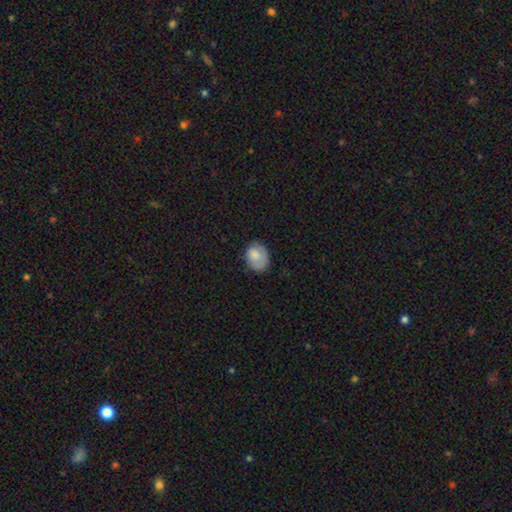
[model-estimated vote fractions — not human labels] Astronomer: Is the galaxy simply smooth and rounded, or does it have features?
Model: smooth — 79%.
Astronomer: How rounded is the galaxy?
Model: in between — 63%.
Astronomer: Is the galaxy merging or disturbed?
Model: none — 66%.